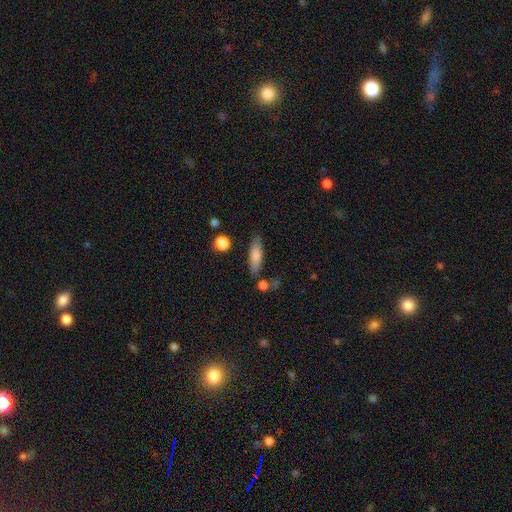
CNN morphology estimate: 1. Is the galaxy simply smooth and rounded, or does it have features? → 76% smooth, 17% featured or disk, 7% star or artifact.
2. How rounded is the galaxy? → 53% cigar-shaped, 44% in between, 3% round.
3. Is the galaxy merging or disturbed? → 75% none, 15% minor disturbance, 6% merger, 4% major disturbance.